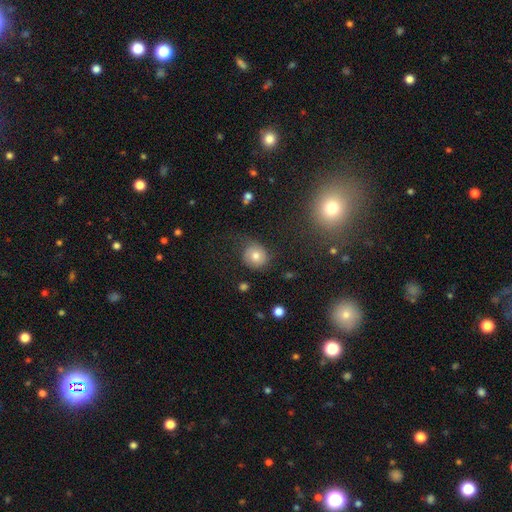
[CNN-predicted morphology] The model was most divided on "merging": none: 61%, minor disturbance: 22%, major disturbance: 14%, merger: 2%. More confident: how rounded — round (83%); smooth or featured — smooth (69%).